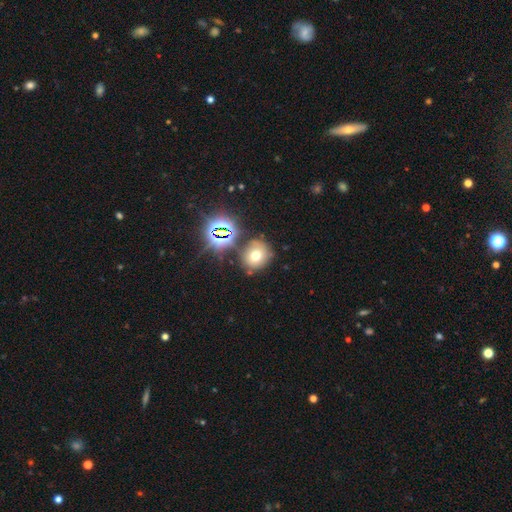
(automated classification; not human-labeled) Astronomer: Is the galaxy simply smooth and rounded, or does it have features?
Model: smooth — 59%.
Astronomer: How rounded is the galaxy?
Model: round — 85%.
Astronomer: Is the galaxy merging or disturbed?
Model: none — 73%.